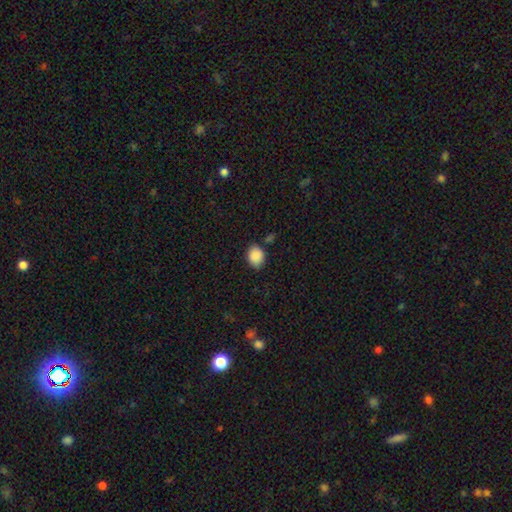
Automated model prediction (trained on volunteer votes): Smooth or featured: smooth — 89% (star or artifact — 8%)
How rounded: in between — 57% (round — 42%)
Merging: none — 79% (minor disturbance — 14%)